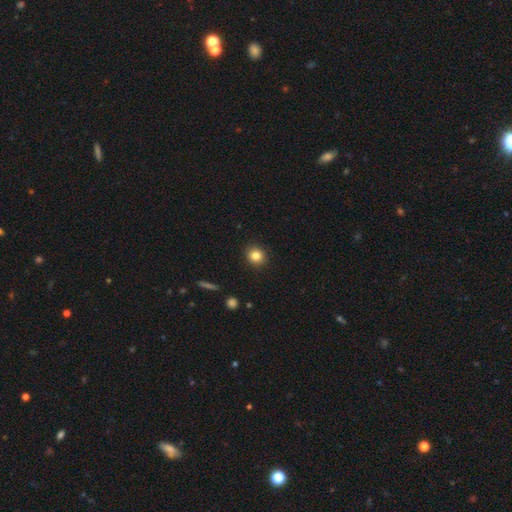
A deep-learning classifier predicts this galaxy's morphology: Smooth or featured? smooth (82%)
How rounded? round (87%)
Merging? none (91%)